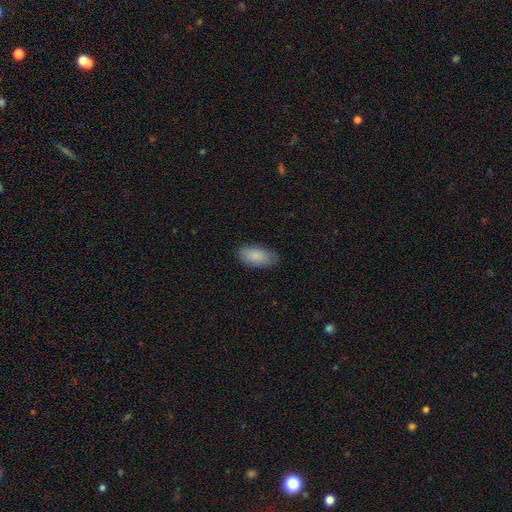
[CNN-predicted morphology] smooth 86%, featured or disk 8%, star or artifact 6%. Down the decision tree: how rounded — in between (93%); merging — none (80%).